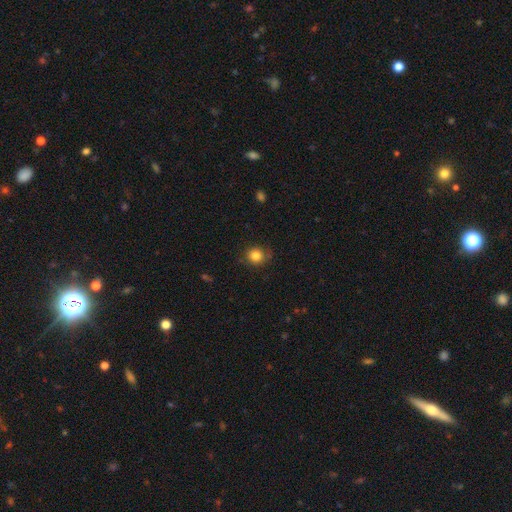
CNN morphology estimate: Overall: smooth (82%). How rounded: round (84%). Merging: none (77%).